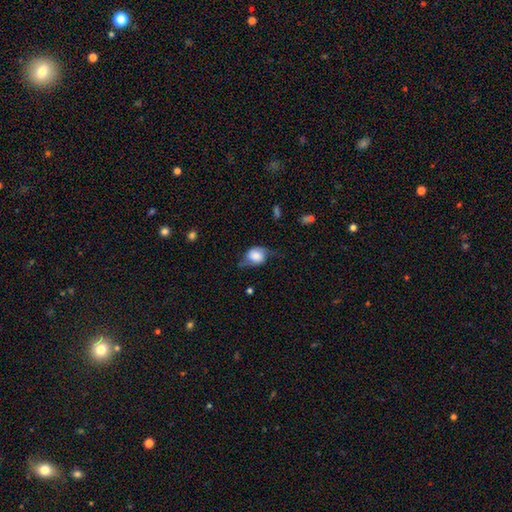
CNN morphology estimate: smooth-or-featured: smooth: 57% | featured or disk: 34% | star or artifact: 8%
  how-rounded: round: 52% | in between: 47% | cigar-shaped: 1%
  merging: none: 43% | minor disturbance: 34% | major disturbance: 20% | merger: 2%